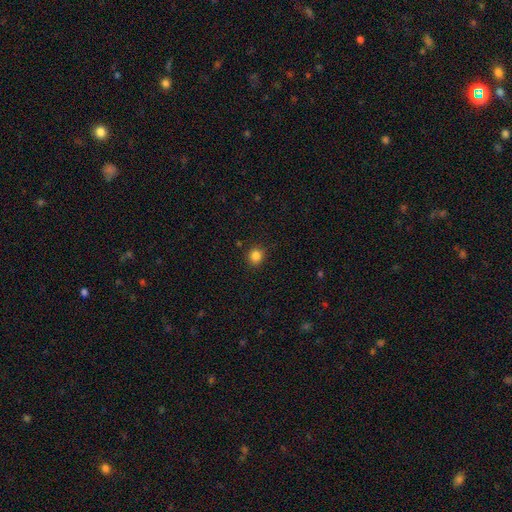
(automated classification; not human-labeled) Overall: smooth (84%). How rounded: round (85%). Merging: none (87%).